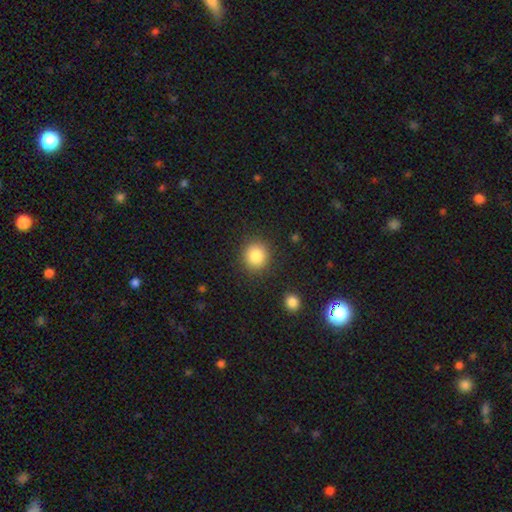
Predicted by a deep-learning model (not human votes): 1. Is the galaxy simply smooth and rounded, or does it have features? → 86% smooth, 9% star or artifact, 5% featured or disk.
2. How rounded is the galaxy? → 90% round, 9% in between, 1% cigar-shaped.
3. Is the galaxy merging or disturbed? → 88% none, 7% minor disturbance, 3% major disturbance, 2% merger.